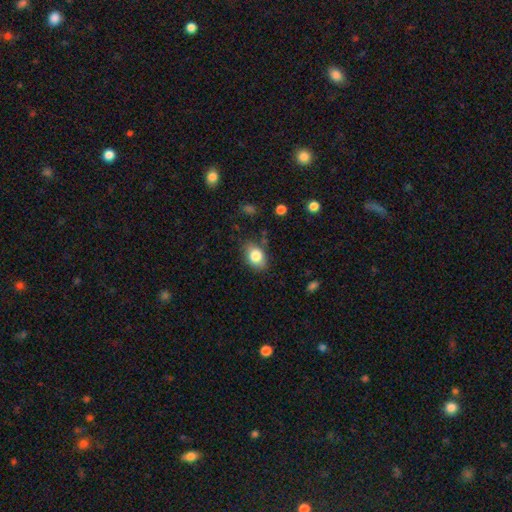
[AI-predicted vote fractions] Smooth or featured?
  - smooth: 81% *
  - featured or disk: 11%
  - star or artifact: 8%
How rounded?
  - in between: 78% *
  - round: 20%
  - cigar-shaped: 1%
Merging?
  - none: 79% *
  - minor disturbance: 15%
  - major disturbance: 4%
  - merger: 2%